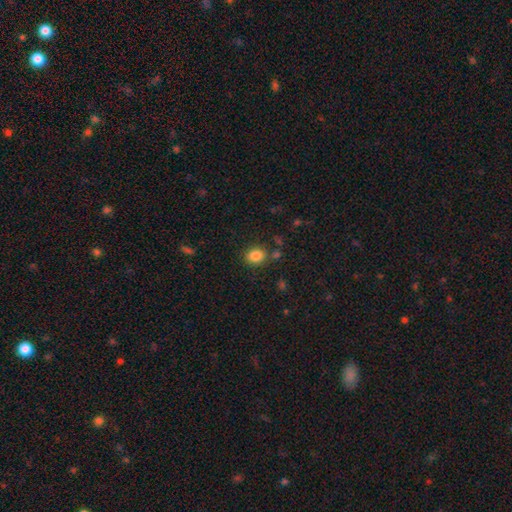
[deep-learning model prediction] Smooth or featured? smooth (84%)
How rounded? round (54%)
Merging? none (80%)